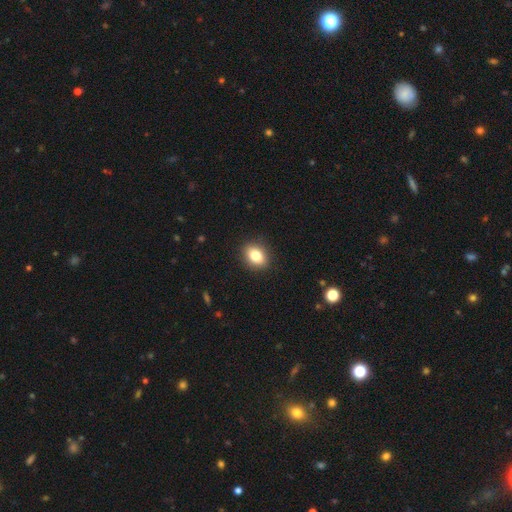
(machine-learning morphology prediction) smooth-or-featured: smooth: 82% | star or artifact: 10% | featured or disk: 8%
  how-rounded: in between: 65% | round: 34% | cigar-shaped: 1%
  merging: none: 89% | minor disturbance: 8% | major disturbance: 2% | merger: 1%